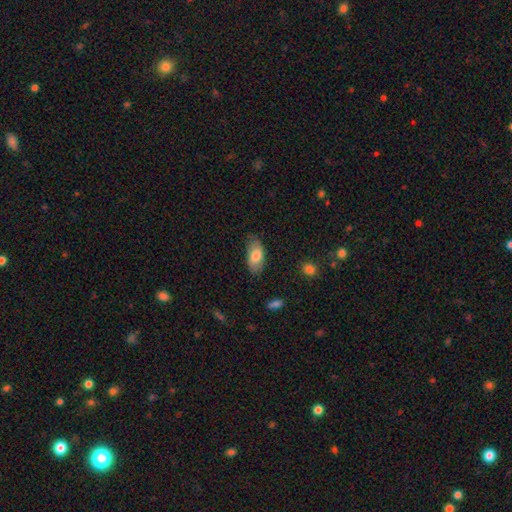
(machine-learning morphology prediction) Smooth or featured? smooth (76%)
How rounded? in between (92%)
Merging? none (74%)